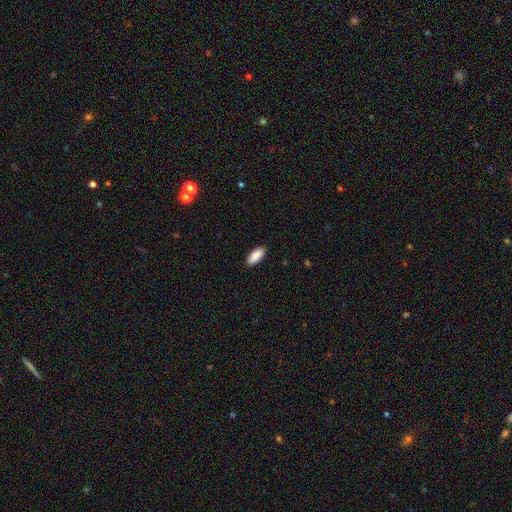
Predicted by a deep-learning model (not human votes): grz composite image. It shows a smooth galaxy with no disk features (90%) that is in between round and cigar-shaped (89%). Merging: none (89%).